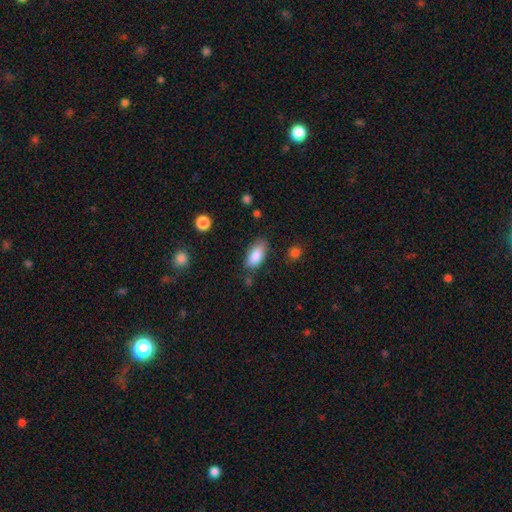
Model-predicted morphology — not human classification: type=smooth (86%); roundness=in between (91%); merging=none (77%).